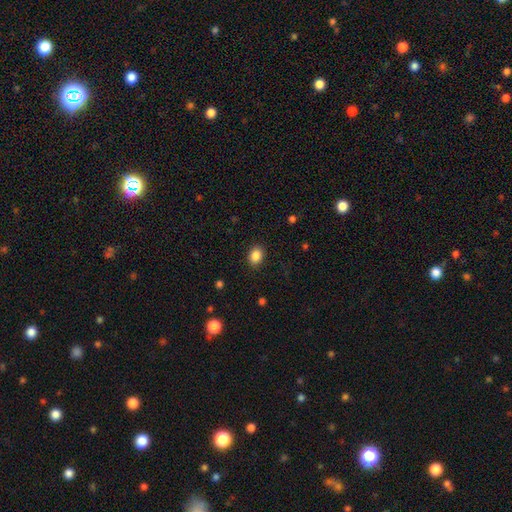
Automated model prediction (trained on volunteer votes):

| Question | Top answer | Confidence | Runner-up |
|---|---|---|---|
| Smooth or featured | smooth | 87% | star or artifact (9%) |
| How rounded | in between | 63% | round (36%) |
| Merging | none | 89% | minor disturbance (8%) |